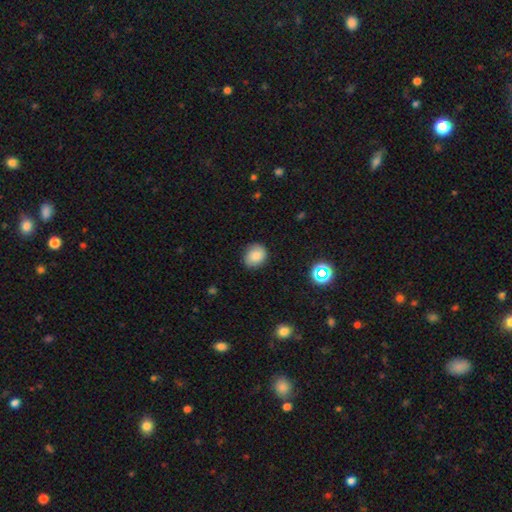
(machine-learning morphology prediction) Overall: smooth (76%). How rounded: round (65%; in between 34%). Merging: none (78%).